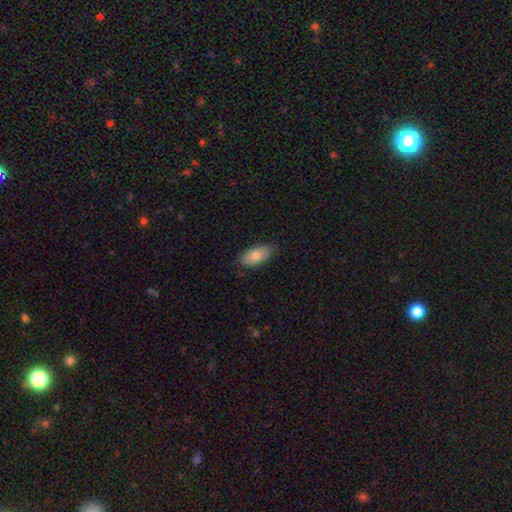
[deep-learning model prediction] This is likely a smooth galaxy (76%). How rounded: clearly in between (92%). Merging: clearly none (81%).